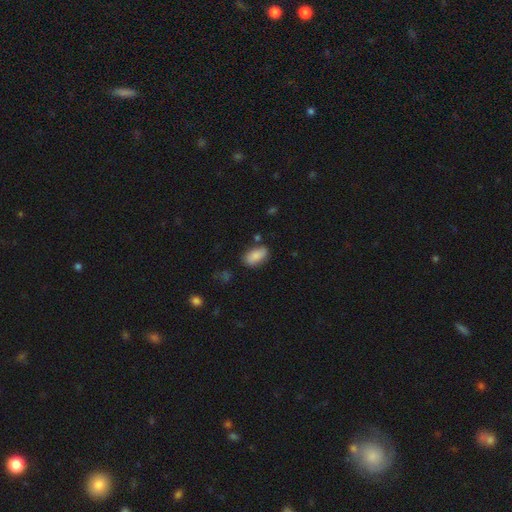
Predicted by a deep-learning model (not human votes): Smooth or featured: smooth — 86% (featured or disk — 7%)
How rounded: in between — 92% (cigar-shaped — 4%)
Merging: none — 77% (minor disturbance — 15%)